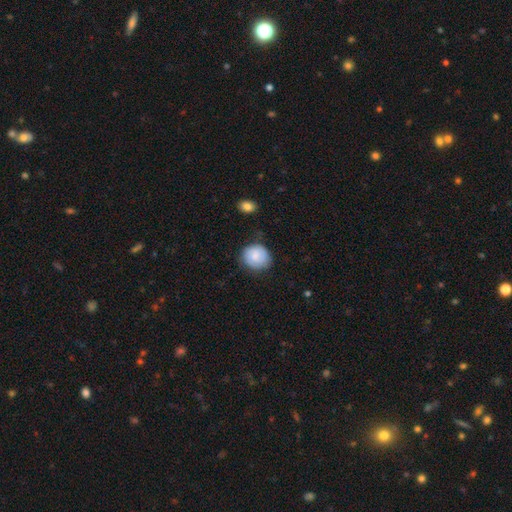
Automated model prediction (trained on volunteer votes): Smooth or featured?
  - smooth: 84% *
  - featured or disk: 9%
  - star or artifact: 7%
How rounded?
  - round: 75% *
  - in between: 24%
  - cigar-shaped: 1%
Merging?
  - none: 73% *
  - minor disturbance: 21%
  - major disturbance: 4%
  - merger: 2%